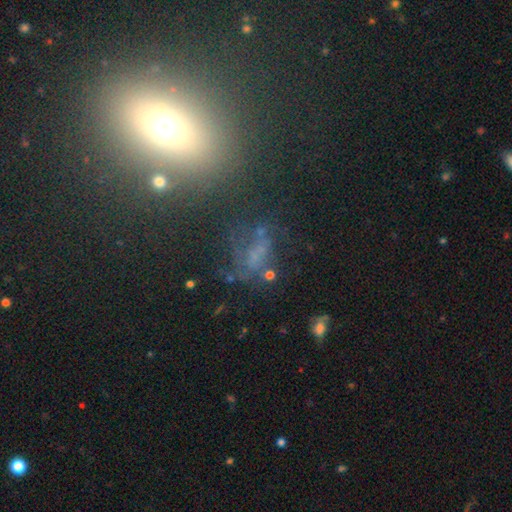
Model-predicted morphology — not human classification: Smooth or featured? star or artifact (35%)